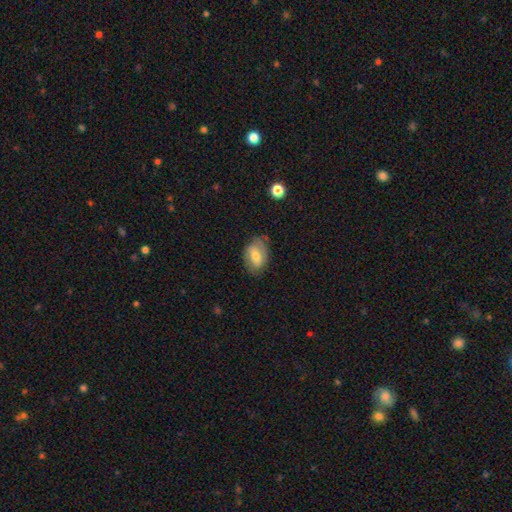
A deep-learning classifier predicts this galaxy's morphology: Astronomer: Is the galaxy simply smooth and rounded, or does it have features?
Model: smooth — 59%.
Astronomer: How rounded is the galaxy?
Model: in between — 83%.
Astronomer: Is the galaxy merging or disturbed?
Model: none — 68%.